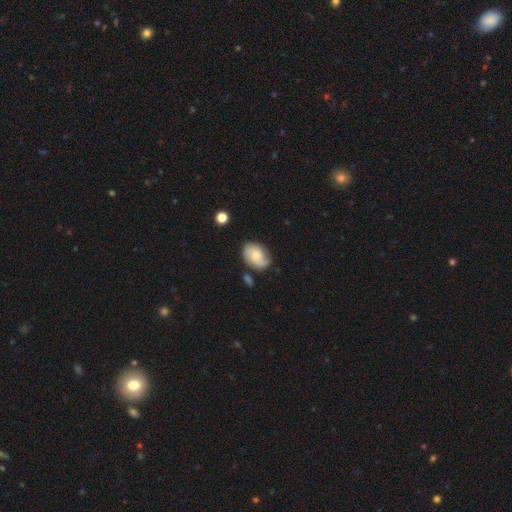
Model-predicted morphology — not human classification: This is possibly a smooth galaxy (47%). Merging: likely none (67%).